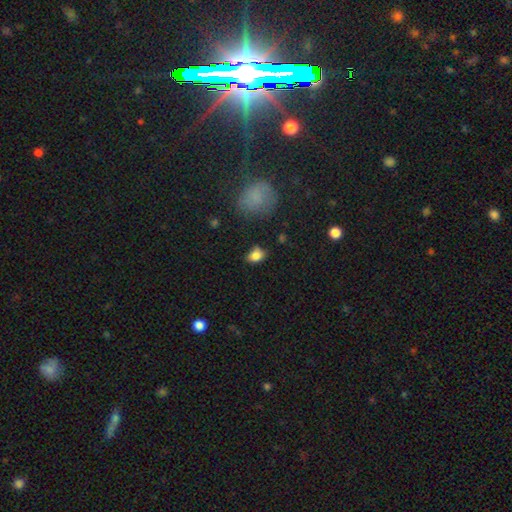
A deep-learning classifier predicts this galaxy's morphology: smooth 83%, star or artifact 10%, featured or disk 8%. Down the decision tree: how rounded — in between (72%); merging — none (66%).